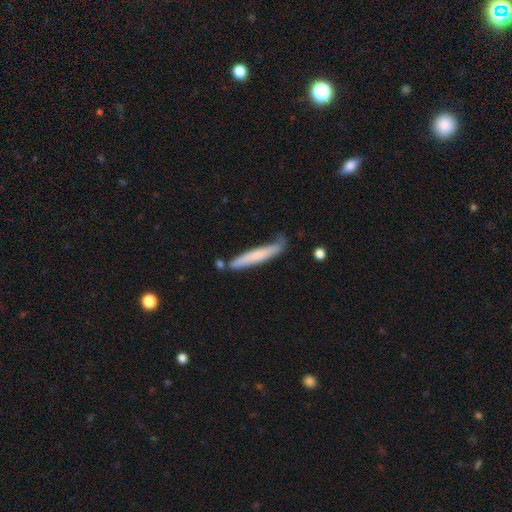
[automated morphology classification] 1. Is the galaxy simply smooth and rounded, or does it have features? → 61% smooth, 33% featured or disk, 6% star or artifact.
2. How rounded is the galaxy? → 94% cigar-shaped, 5% in between, 1% round.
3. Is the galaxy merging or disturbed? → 65% none, 24% minor disturbance, 6% merger, 5% major disturbance.